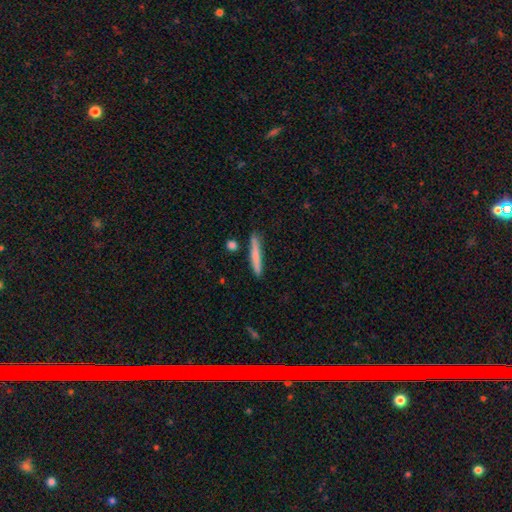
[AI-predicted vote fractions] This is likely a smooth galaxy (71%). How rounded: clearly cigar-shaped (95%). Merging: clearly none (85%).